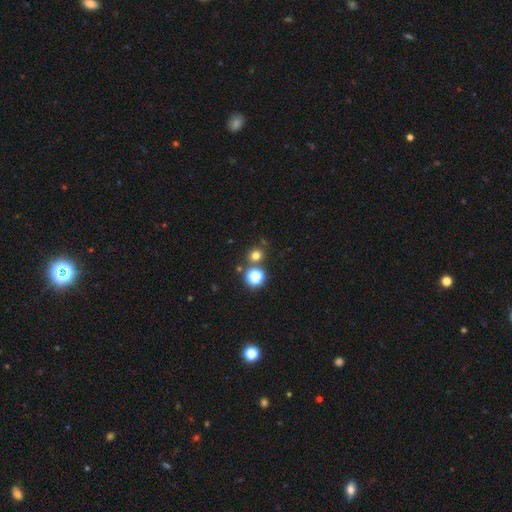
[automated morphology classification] Q: Smooth or featured?
A: smooth (70%); runner-up: star or artifact (23%)
Q: How rounded?
A: round (86%); runner-up: in between (13%)
Q: Merging?
A: none (77%); runner-up: merger (12%)